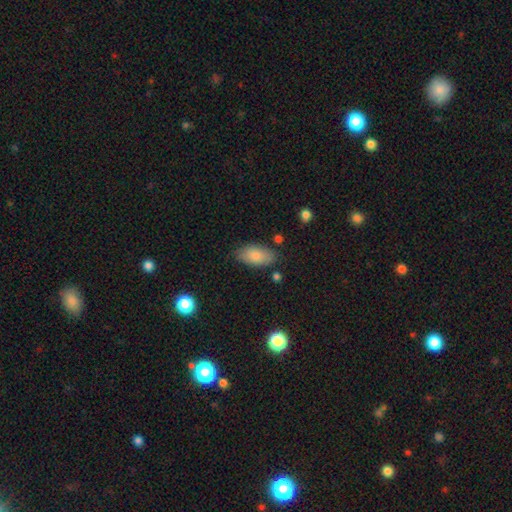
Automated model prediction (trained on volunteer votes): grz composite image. It shows a smooth galaxy with no disk features (83%) that is in between round and cigar-shaped (92%). Merging: none (78%).